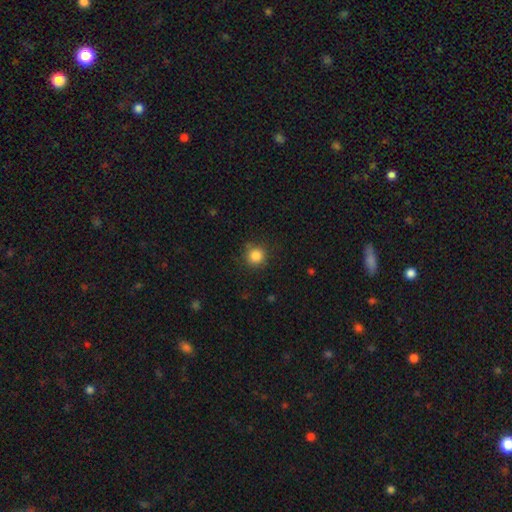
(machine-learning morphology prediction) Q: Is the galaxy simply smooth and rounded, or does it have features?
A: smooth — 85%.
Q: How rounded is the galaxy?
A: round — 93%.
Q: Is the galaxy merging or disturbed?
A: none — 84%.